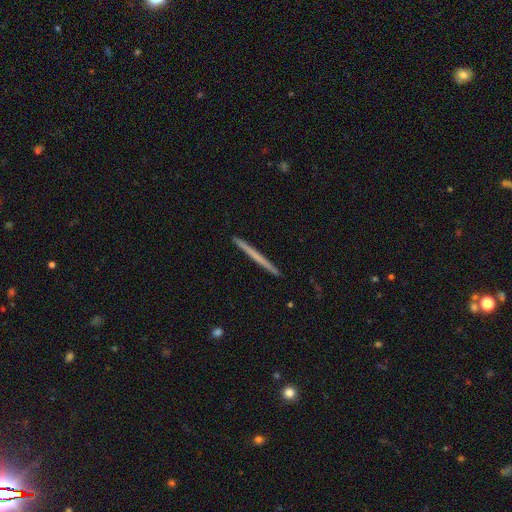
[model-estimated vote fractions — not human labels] This appears to be a smooth galaxy with no disk features (50%) that is cigar-shaped (97%). Merging: none (93%).